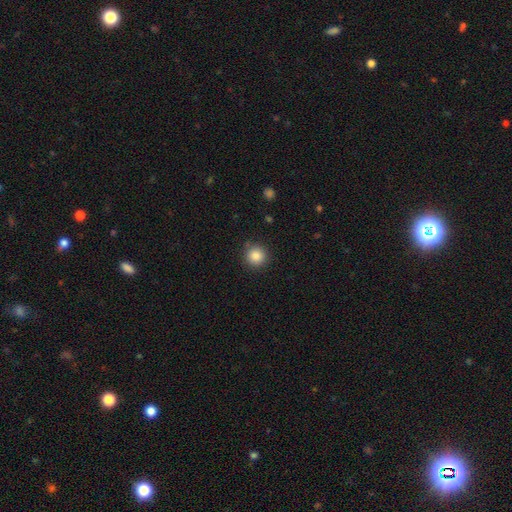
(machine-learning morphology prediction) Overall: smooth (86%). How rounded: round (94%). Merging: none (88%).